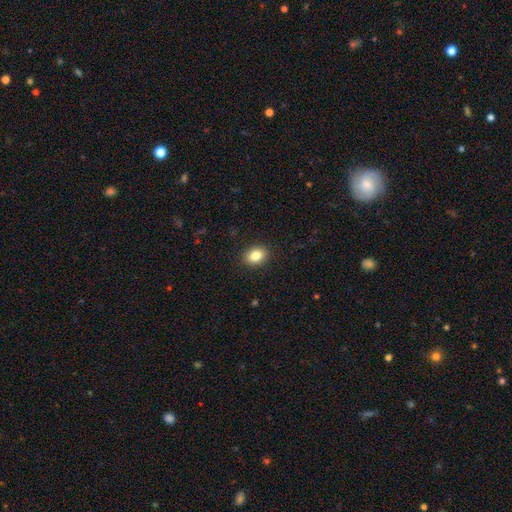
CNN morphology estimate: A smooth galaxy with no disk features (83%) that is in between round and cigar-shaped (65%). Merging: none (89%).